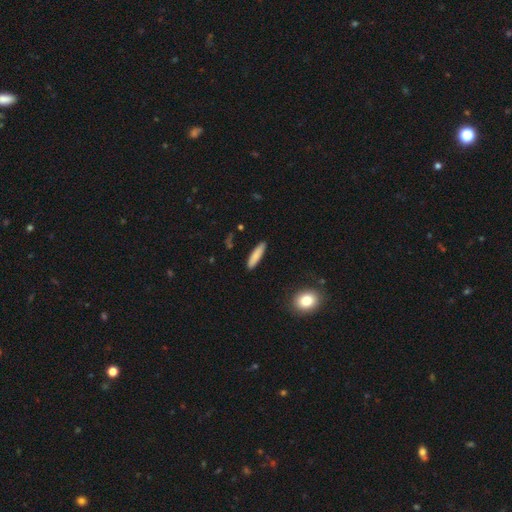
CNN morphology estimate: Smooth or featured? Predicted: smooth (p=0.83). How rounded? Predicted: cigar-shaped (p=0.80). Merging? Predicted: none (p=0.89).